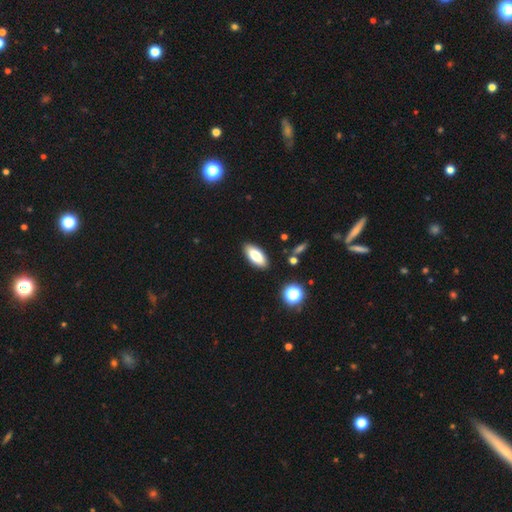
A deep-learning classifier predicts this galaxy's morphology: smooth 80%, featured or disk 12%, star or artifact 8%. Down the decision tree: how rounded — in between (85%); merging — none (88%).